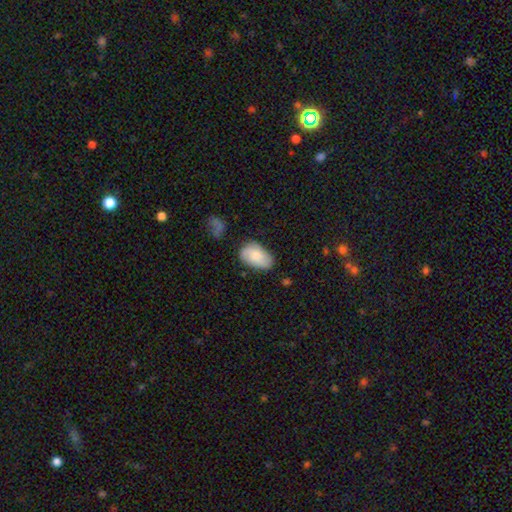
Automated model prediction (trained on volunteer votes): Smooth or featured: smooth — 70% (featured or disk — 24%)
How rounded: in between — 91% (round — 7%)
Merging: none — 65% (minor disturbance — 26%)